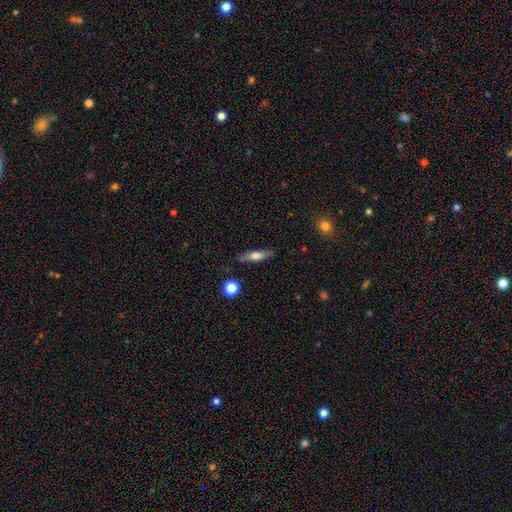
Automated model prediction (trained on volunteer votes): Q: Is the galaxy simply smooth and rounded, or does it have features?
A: smooth — 63%.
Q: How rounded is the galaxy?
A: cigar-shaped — 67%.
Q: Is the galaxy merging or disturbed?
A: none — 84%.